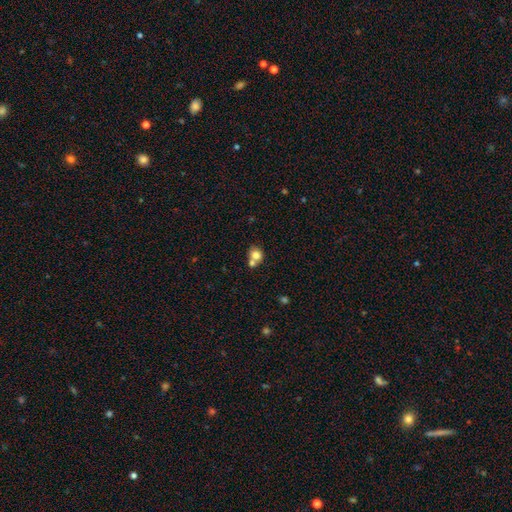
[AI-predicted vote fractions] Overall: smooth (78%). How rounded: round (73%). Merging: none (44%; merger 43%).